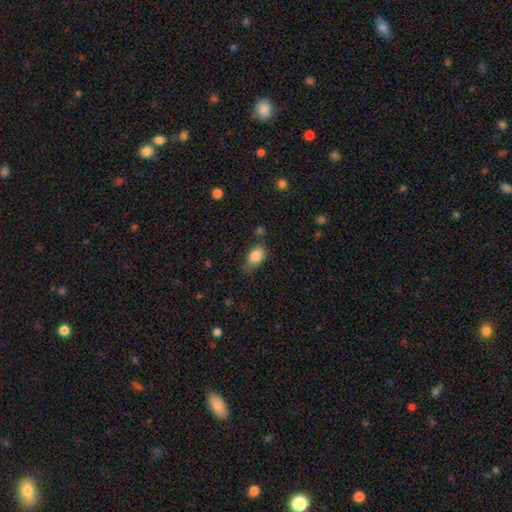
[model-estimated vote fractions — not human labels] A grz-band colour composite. It shows a smooth galaxy with no disk features (85%) that is in between round and cigar-shaped (86%). Merging: none (55%).